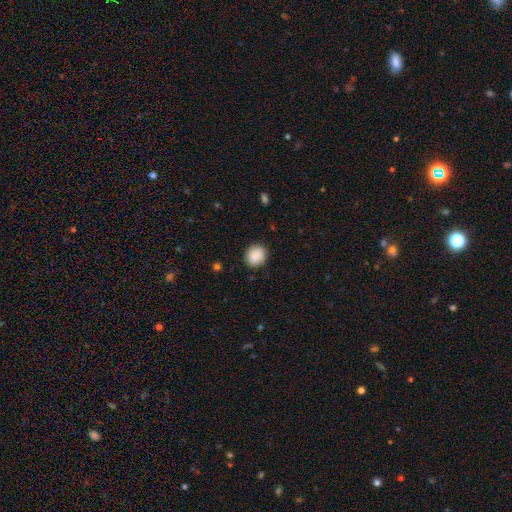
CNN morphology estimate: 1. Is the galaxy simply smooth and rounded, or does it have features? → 89% smooth, 7% star or artifact, 3% featured or disk.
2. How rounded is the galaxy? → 72% round, 27% in between, 1% cigar-shaped.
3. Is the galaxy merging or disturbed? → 86% none, 10% minor disturbance, 3% major disturbance, 1% merger.